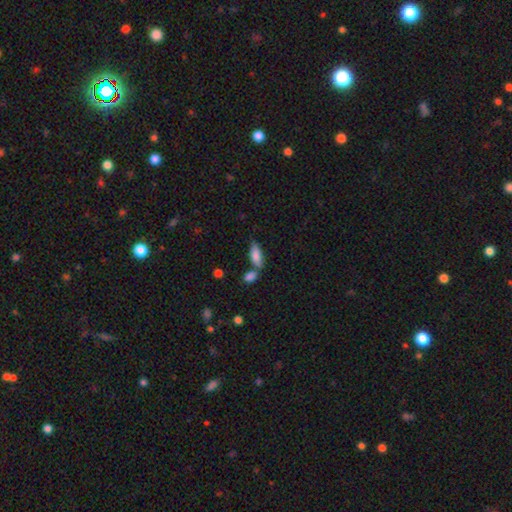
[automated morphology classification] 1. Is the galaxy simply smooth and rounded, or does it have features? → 81% smooth, 13% featured or disk, 7% star or artifact.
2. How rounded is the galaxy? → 77% in between, 20% cigar-shaped, 2% round.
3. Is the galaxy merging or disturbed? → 52% none, 27% merger, 17% minor disturbance, 5% major disturbance.